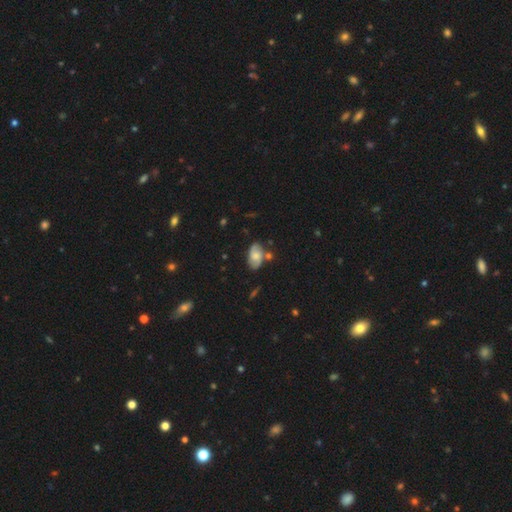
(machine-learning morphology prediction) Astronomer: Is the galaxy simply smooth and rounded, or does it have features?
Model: smooth — 50% (runner-up: featured or disk, 41%).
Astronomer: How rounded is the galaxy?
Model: in between — 91%.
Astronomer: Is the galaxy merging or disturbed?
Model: none — 68%.